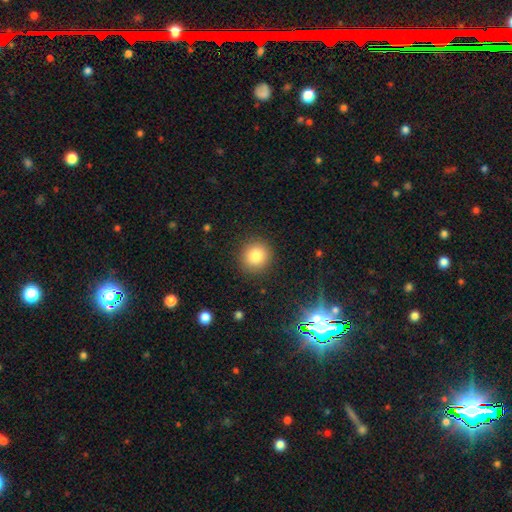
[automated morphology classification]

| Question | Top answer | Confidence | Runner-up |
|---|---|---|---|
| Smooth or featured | smooth | 83% | star or artifact (11%) |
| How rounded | round | 91% | in between (8%) |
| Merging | none | 89% | minor disturbance (7%) |